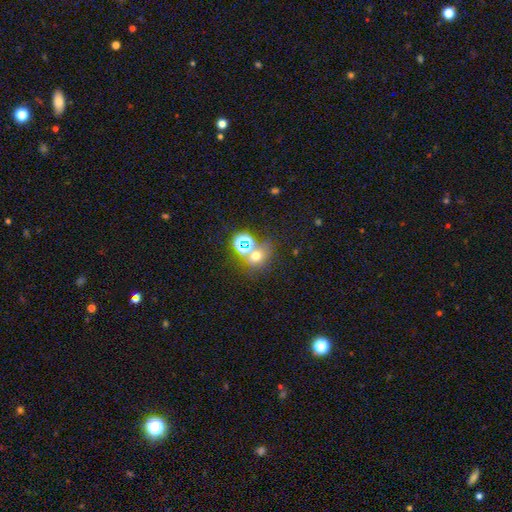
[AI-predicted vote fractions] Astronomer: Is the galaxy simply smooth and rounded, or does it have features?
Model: smooth — 53% (runner-up: star or artifact, 35%).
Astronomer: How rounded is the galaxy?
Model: round — 67%.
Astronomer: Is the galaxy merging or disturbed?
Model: none — 57%.